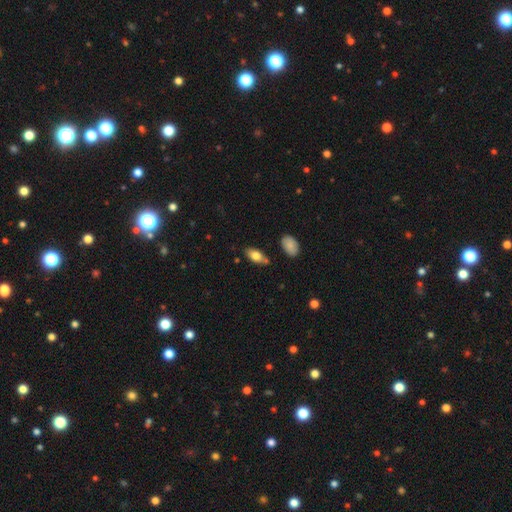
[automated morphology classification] Smooth or featured?
  - smooth: 76% *
  - featured or disk: 17%
  - star or artifact: 7%
How rounded?
  - in between: 87% *
  - cigar-shaped: 10%
  - round: 4%
Merging?
  - none: 73% *
  - minor disturbance: 15%
  - merger: 8%
  - major disturbance: 3%